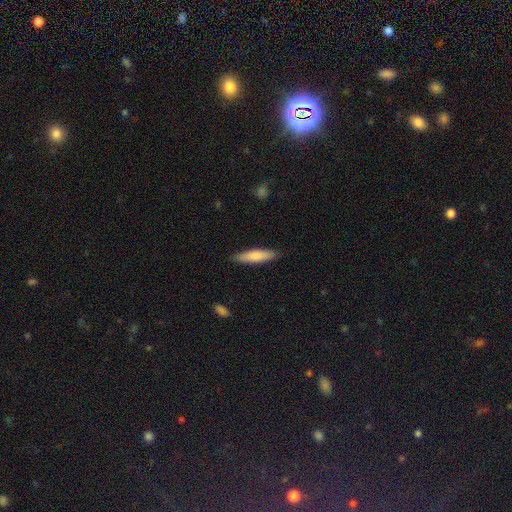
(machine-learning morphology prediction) Smooth or featured?
  - smooth: 78% *
  - featured or disk: 16%
  - star or artifact: 5%
How rounded?
  - cigar-shaped: 75% *
  - in between: 23%
  - round: 1%
Merging?
  - none: 88% *
  - minor disturbance: 9%
  - major disturbance: 2%
  - merger: 1%